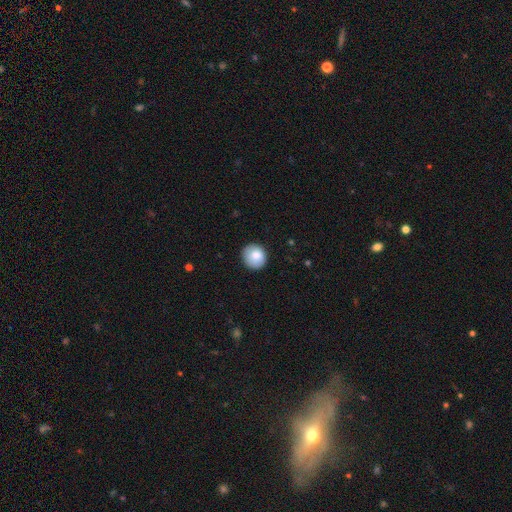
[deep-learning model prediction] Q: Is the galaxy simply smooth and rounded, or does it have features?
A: smooth — 85%.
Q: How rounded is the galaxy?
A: round — 88%.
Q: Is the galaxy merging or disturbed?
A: none — 87%.